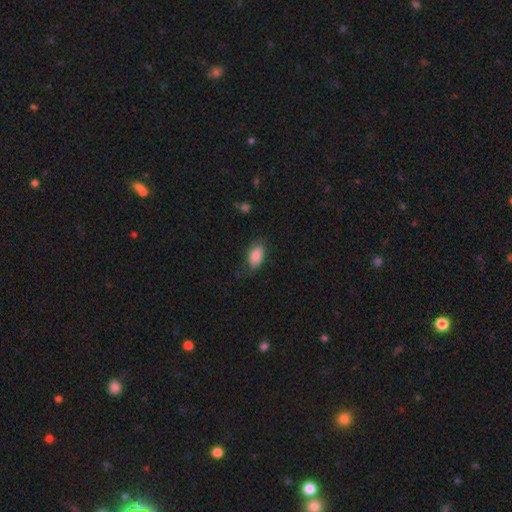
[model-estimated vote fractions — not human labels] The model was most divided on "merging": none: 68%, minor disturbance: 24%, major disturbance: 7%, merger: 1%. More confident: how rounded — in between (92%); smooth or featured — smooth (85%).